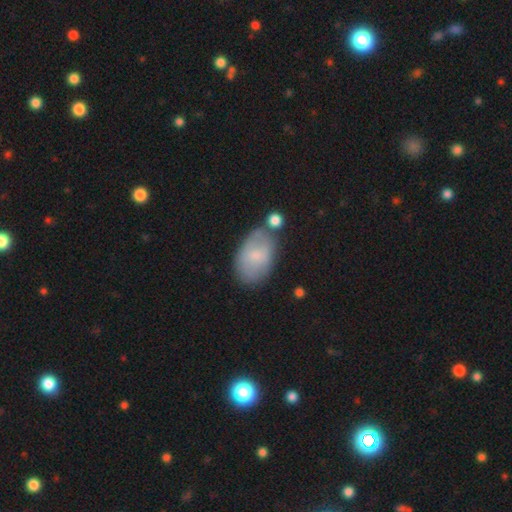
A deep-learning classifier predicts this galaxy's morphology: type=smooth (68%); roundness=in between (92%); merging=none (59%).